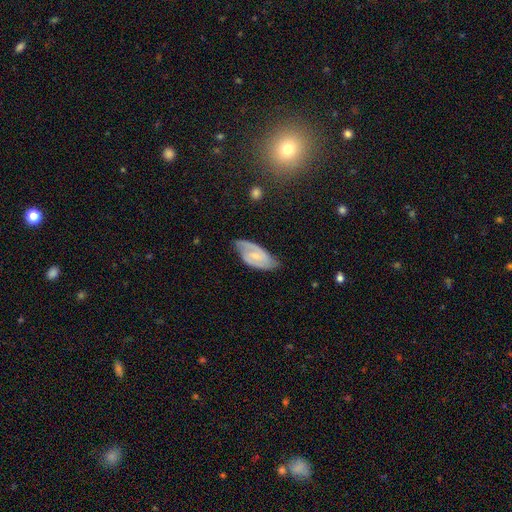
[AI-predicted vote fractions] This appears to be a featured or disk galaxy (74%) with a weak bar (51%), 2 (82%) medium (47%) spiral arms (92%) and a small central bulge (63%). Merging: none (68%).